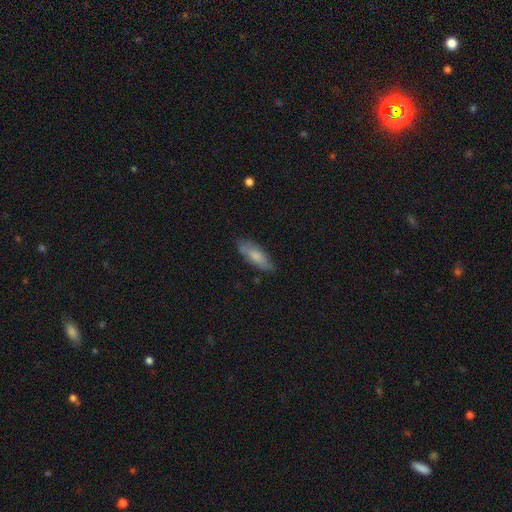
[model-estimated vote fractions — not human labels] The model was most divided on "how rounded": in between: 64%, cigar-shaped: 34%, round: 2%. More confident: merging — none (75%); smooth or featured — smooth (72%).